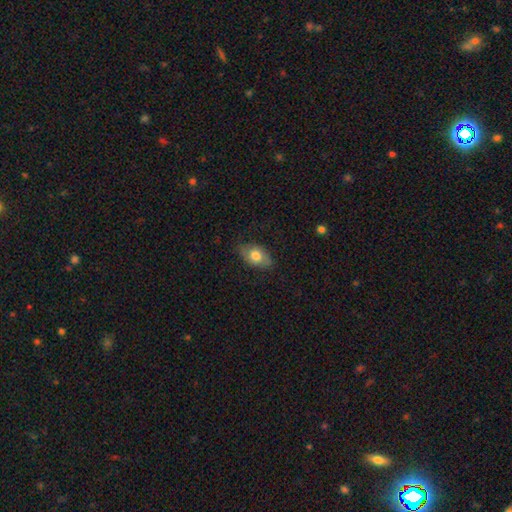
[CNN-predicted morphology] Q: Smooth or featured?
A: smooth (72%); runner-up: featured or disk (21%)
Q: How rounded?
A: in between (85%); runner-up: round (13%)
Q: Merging?
A: none (73%); runner-up: minor disturbance (21%)